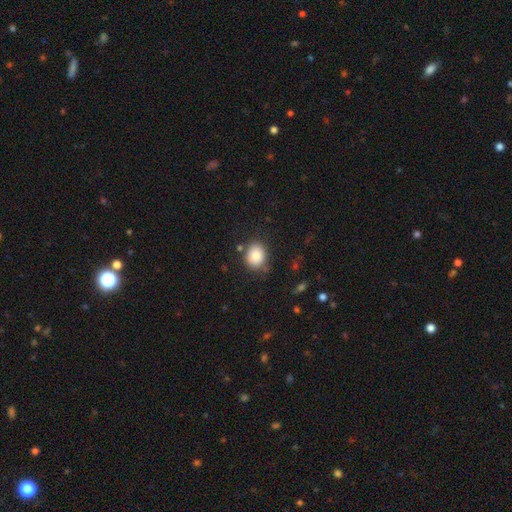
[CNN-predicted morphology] This appears to be a smooth galaxy with no disk features (85%) that is round (54%). Merging: none (79%).